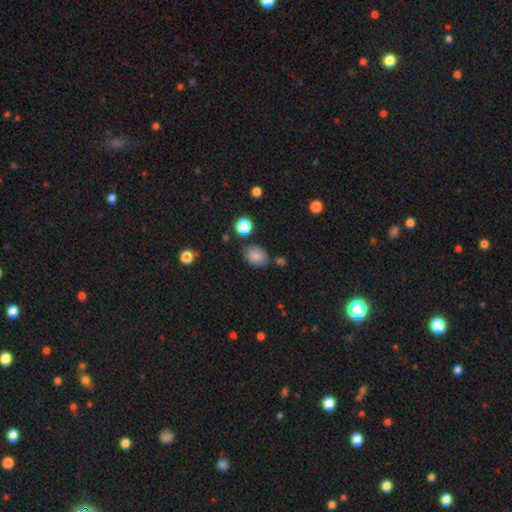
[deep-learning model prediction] Smooth or featured?
  - smooth: 85% *
  - star or artifact: 10%
  - featured or disk: 5%
How rounded?
  - in between: 70% *
  - round: 29%
  - cigar-shaped: 1%
Merging?
  - none: 75% *
  - minor disturbance: 15%
  - merger: 6%
  - major disturbance: 4%